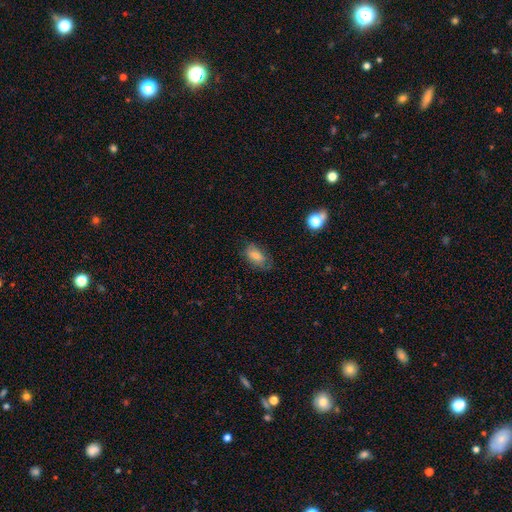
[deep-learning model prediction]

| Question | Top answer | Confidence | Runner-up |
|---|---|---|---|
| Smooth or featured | smooth | 72% | featured or disk (20%) |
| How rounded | in between | 90% | round (6%) |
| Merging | none | 66% | minor disturbance (25%) |